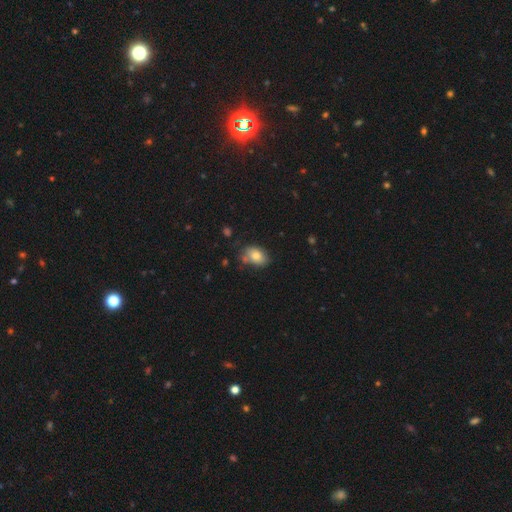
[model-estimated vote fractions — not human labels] Smooth or featured? Predicted: smooth (p=0.81). How rounded? Predicted: in between (p=0.83). Merging? Predicted: none (p=0.66).